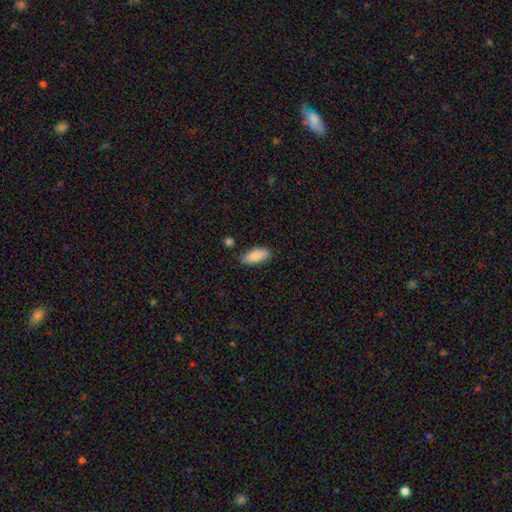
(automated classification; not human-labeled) smooth_or_featured: smooth (p=0.88) [alt: star or artifact p=0.06]
how_rounded: in between (p=0.88) [alt: cigar-shaped p=0.10]
merging: none (p=0.79) [alt: minor disturbance p=0.15]